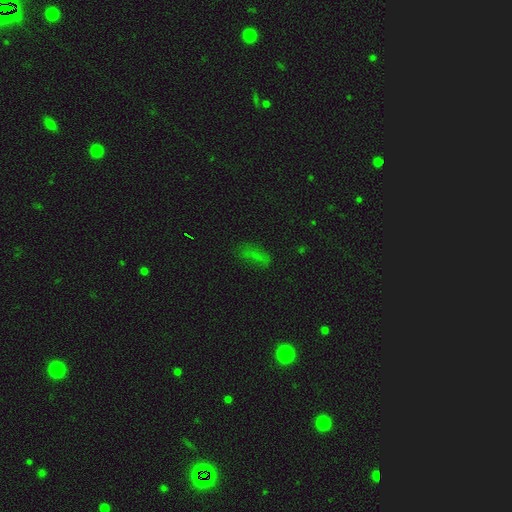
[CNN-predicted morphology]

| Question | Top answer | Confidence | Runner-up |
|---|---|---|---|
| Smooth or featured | smooth | 56% | star or artifact (29%) |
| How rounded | in between | 67% | cigar-shaped (26%) |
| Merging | none | 63% | minor disturbance (20%) |